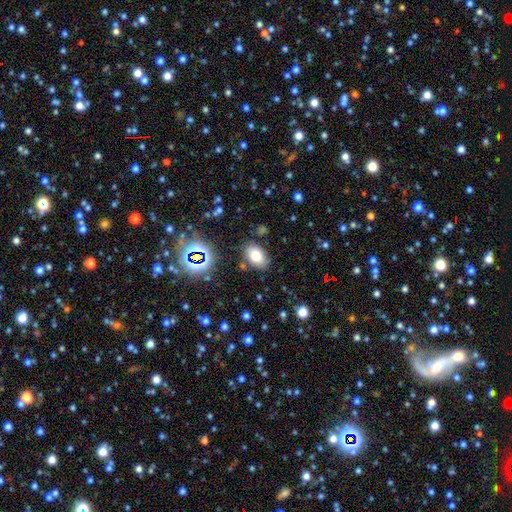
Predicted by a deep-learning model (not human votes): Smooth or featured?
  - smooth: 75% *
  - star or artifact: 13%
  - featured or disk: 11%
How rounded?
  - in between: 87% *
  - round: 12%
  - cigar-shaped: 1%
Merging?
  - none: 82% *
  - minor disturbance: 11%
  - major disturbance: 3%
  - merger: 3%